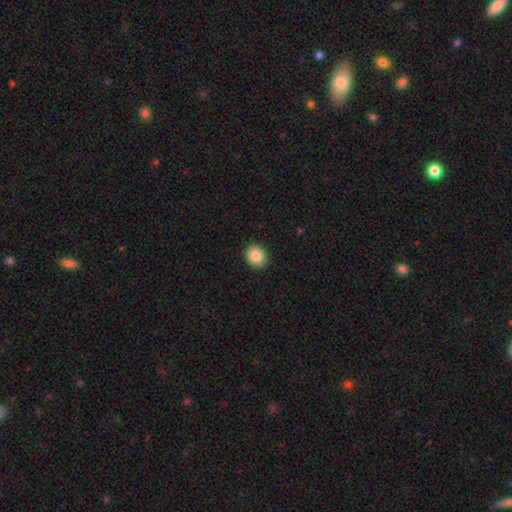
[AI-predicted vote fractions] Smooth or featured? Predicted: smooth (p=0.85). How rounded? Predicted: round (p=0.74). Merging? Predicted: none (p=0.92).